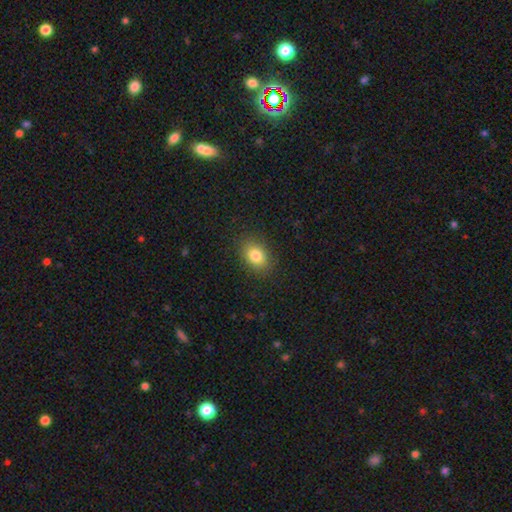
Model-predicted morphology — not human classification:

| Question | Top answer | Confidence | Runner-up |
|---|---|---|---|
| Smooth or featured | smooth | 83% | star or artifact (10%) |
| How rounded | in between | 70% | round (28%) |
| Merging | none | 86% | minor disturbance (10%) |